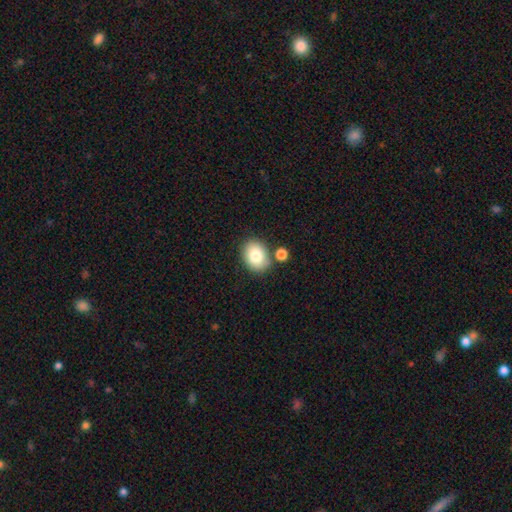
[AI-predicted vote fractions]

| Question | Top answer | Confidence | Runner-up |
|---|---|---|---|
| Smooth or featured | smooth | 81% | featured or disk (10%) |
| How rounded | in between | 62% | round (37%) |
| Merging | none | 73% | minor disturbance (12%) |